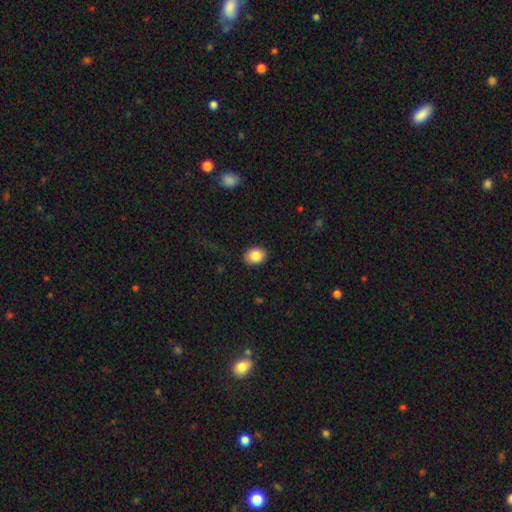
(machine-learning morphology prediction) Overall: smooth (86%). How rounded: in between (54%; round 45%). Merging: none (89%).